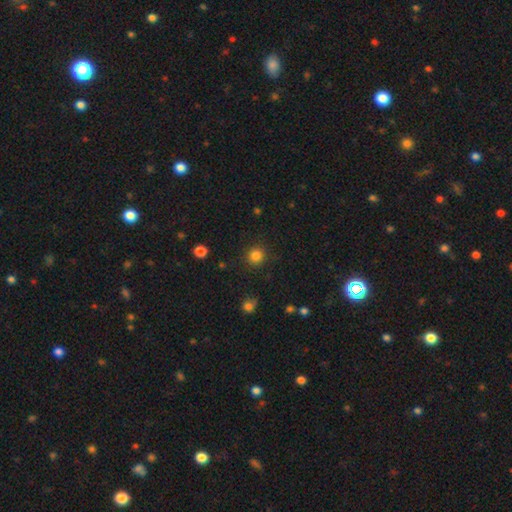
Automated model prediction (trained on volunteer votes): Q: Smooth or featured?
A: smooth (83%); runner-up: star or artifact (12%)
Q: How rounded?
A: round (92%); runner-up: in between (7%)
Q: Merging?
A: none (89%); runner-up: minor disturbance (7%)